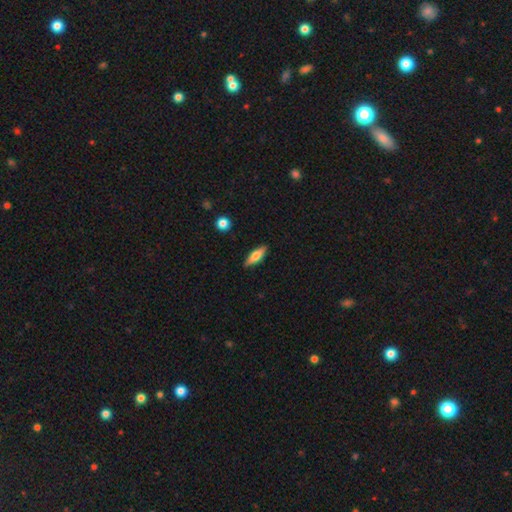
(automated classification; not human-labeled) smooth-or-featured: smooth: 61% | featured or disk: 33% | star or artifact: 6%
  how-rounded: in between: 50% | cigar-shaped: 47% | round: 3%
  merging: none: 88% | minor disturbance: 9% | major disturbance: 2% | merger: 1%